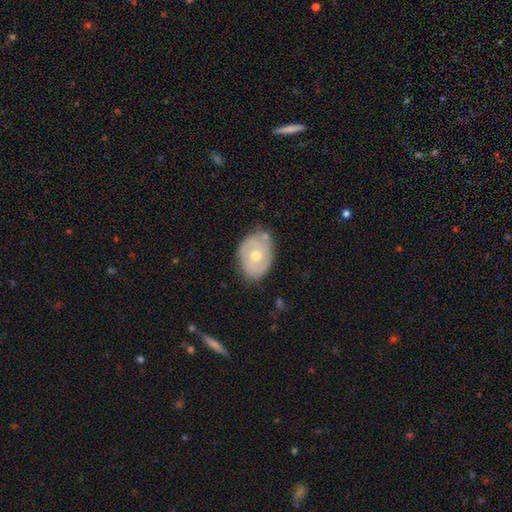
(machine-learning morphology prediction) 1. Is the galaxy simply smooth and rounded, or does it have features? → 61% featured or disk, 33% smooth, 7% star or artifact.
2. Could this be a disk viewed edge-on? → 94% no, 6% yes.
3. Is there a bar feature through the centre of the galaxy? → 81% no, 15% weak, 3% strong.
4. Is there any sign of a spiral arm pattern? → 58% yes, 42% no.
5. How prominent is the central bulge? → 65% moderate, 31% small, 2% large, 1% none, 1% dominant.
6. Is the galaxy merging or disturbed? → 72% none, 21% minor disturbance, 5% major disturbance, 3% merger.